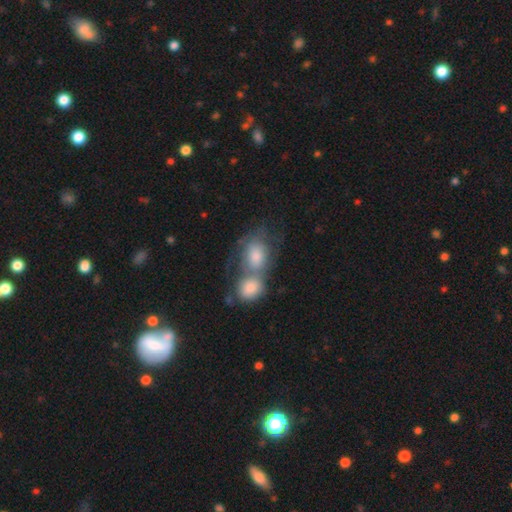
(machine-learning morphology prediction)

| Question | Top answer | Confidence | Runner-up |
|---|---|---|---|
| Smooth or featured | smooth | 71% | featured or disk (23%) |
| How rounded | in between | 70% | round (28%) |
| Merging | merger | 65% | none (17%) |